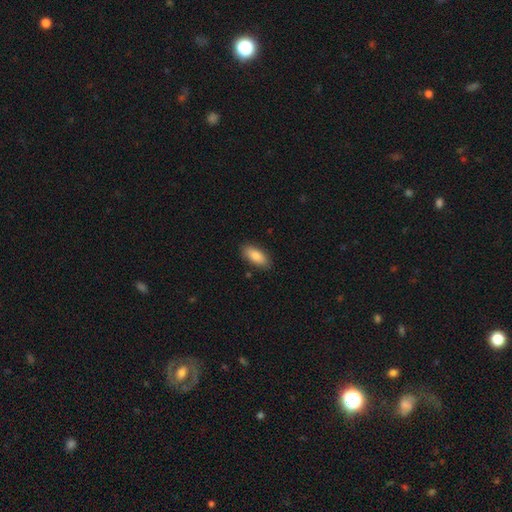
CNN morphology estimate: A smooth galaxy with no disk features (85%) that is in between round and cigar-shaped (85%). Merging: none (86%).